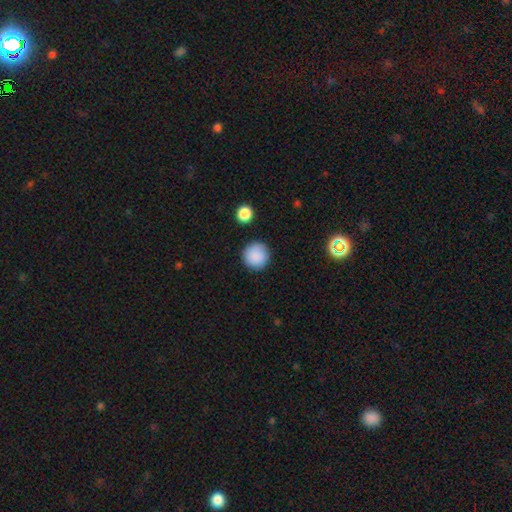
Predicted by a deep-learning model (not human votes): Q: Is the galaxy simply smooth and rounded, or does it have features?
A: smooth — 88%.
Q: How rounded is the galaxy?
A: round — 95%.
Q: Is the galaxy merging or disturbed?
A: none — 88%.